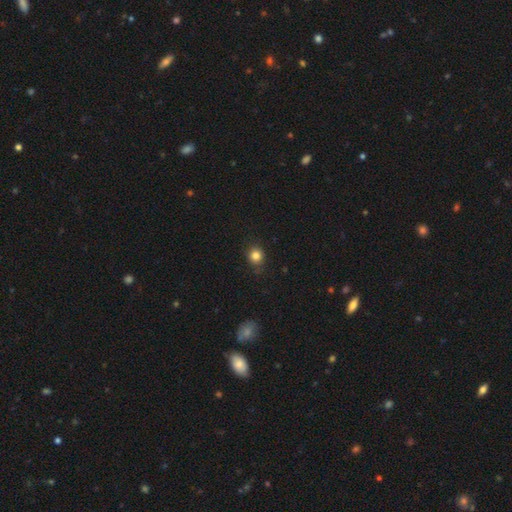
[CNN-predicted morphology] This appears to be a smooth galaxy with no disk features (83%) that is round (82%). Merging: none (84%).